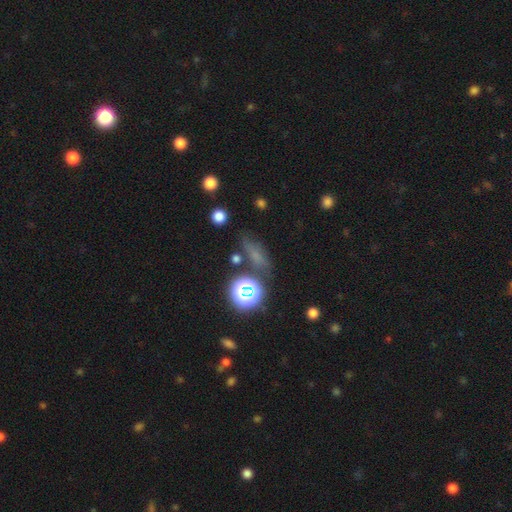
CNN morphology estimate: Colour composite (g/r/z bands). It shows a smooth galaxy with no disk features (51%) that is in between round and cigar-shaped (41%). Merging: none (69%).